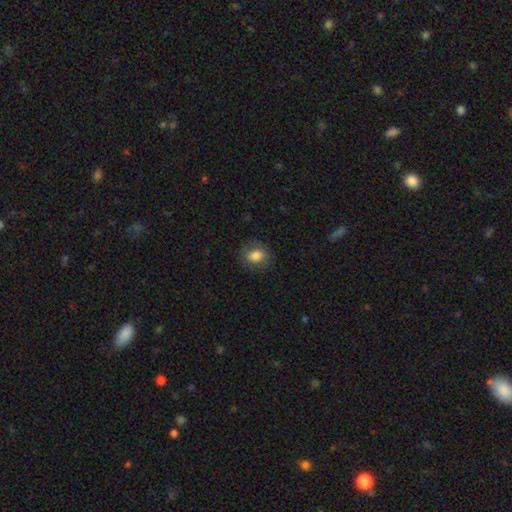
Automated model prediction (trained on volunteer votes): This appears to be a smooth galaxy with no disk features (78%) that is round (54%). Merging: none (79%).